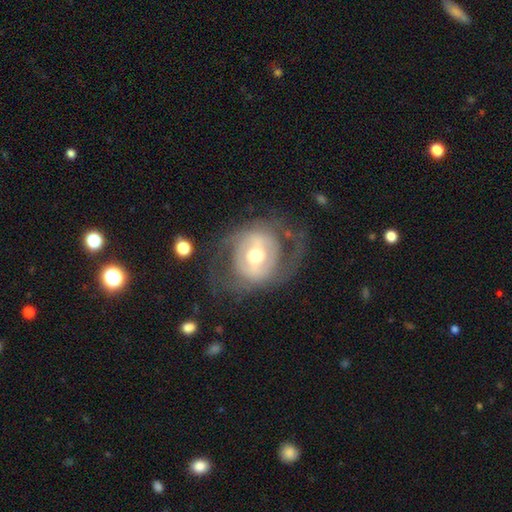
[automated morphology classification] featured or disk 73%, smooth 21%, star or artifact 6%. Down the decision tree: edge-on disk — no (96%); bar — weak (37%); spiral arms — yes (61%); bulge size — moderate (71%); merging — none (63%).